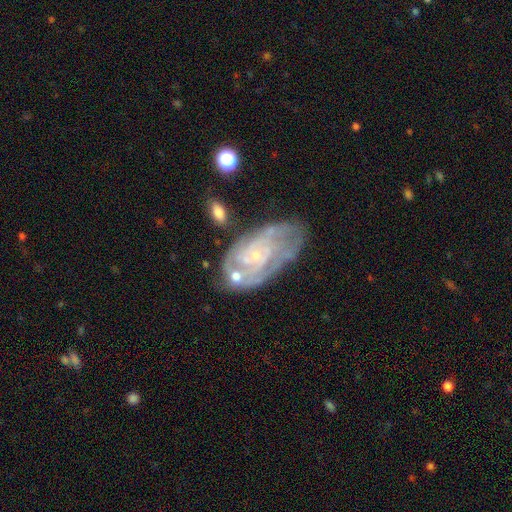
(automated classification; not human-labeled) A featured or disk galaxy (81%) with no bar (71%), tight (64%) spiral arms (86%) and a small central bulge (81%). Merging: none (50%).